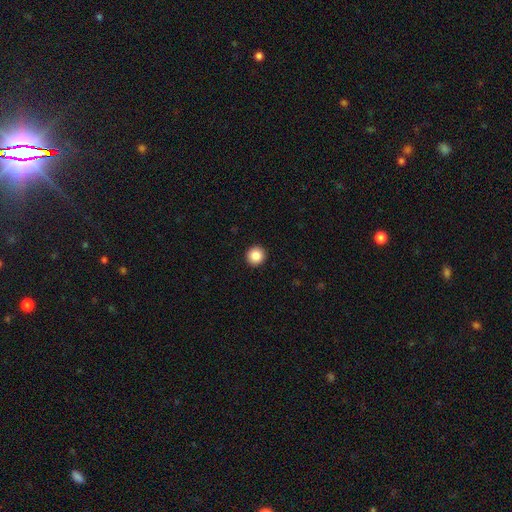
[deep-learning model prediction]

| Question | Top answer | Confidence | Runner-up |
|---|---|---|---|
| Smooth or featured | smooth | 87% | star or artifact (9%) |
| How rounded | round | 95% | in between (4%) |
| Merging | none | 94% | minor disturbance (4%) |